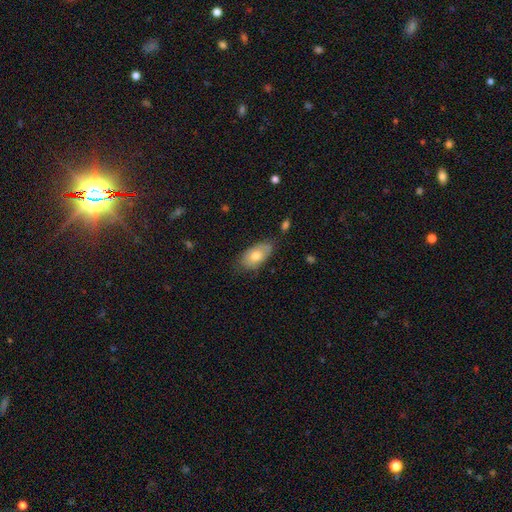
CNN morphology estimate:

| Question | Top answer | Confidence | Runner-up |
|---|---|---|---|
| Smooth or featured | smooth | 70% | featured or disk (23%) |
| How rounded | in between | 92% | round (5%) |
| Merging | none | 66% | minor disturbance (26%) |